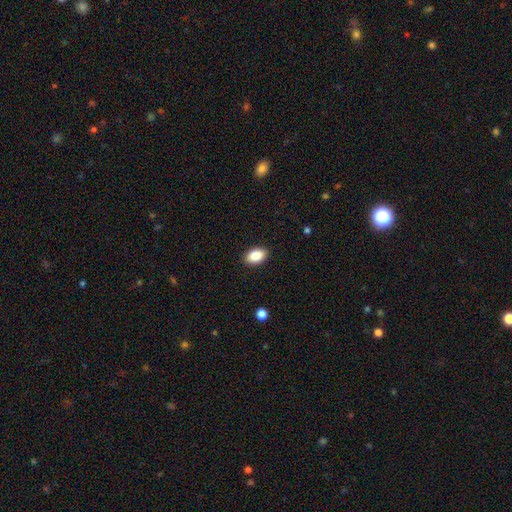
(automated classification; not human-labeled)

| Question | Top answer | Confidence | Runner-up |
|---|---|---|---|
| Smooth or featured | smooth | 87% | star or artifact (7%) |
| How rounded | in between | 91% | round (8%) |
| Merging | none | 90% | minor disturbance (8%) |